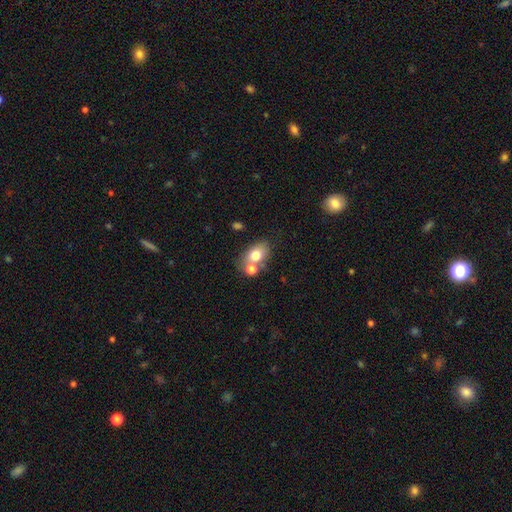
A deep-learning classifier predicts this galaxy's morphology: Q: Smooth or featured?
A: smooth (73%); runner-up: featured or disk (17%)
Q: How rounded?
A: in between (71%); runner-up: round (28%)
Q: Merging?
A: none (46%); runner-up: merger (36%)